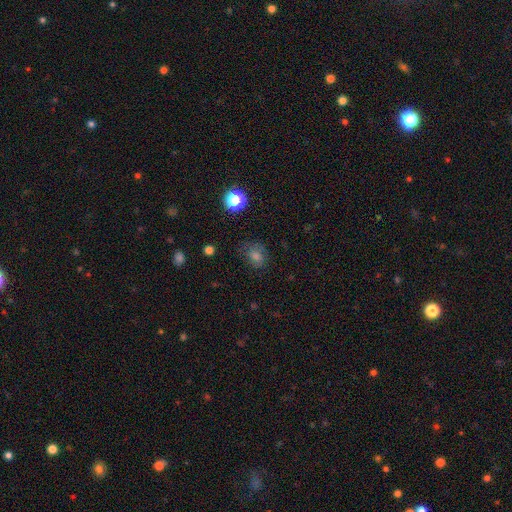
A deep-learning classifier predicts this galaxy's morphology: smooth-or-featured: smooth: 61% | star or artifact: 25% | featured or disk: 14%
  how-rounded: round: 52% | in between: 47% | cigar-shaped: 1%
  merging: none: 67% | minor disturbance: 21% | major disturbance: 10% | merger: 2%